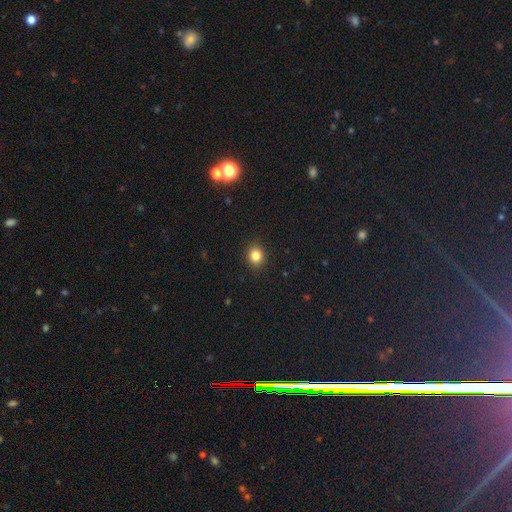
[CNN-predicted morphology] smooth 83%, star or artifact 12%, featured or disk 5%. Down the decision tree: how rounded — round (78%); merging — none (91%).